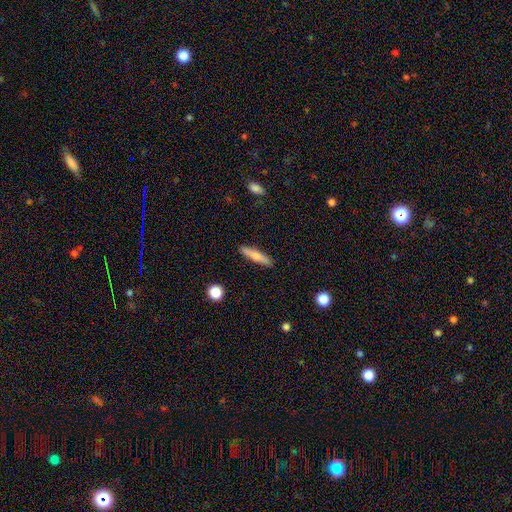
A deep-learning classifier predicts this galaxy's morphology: smooth 67%, featured or disk 27%, star or artifact 6%. Down the decision tree: how rounded — cigar-shaped (85%); merging — none (89%).